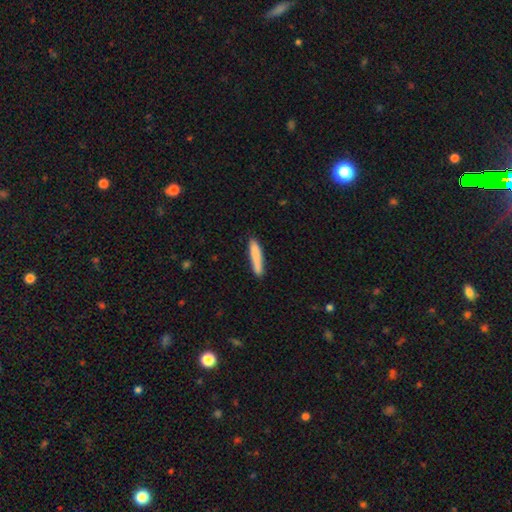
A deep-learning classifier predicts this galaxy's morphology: The model was most divided on "merging": none: 83%, minor disturbance: 12%, major disturbance: 2%, merger: 2%. More confident: how rounded — cigar-shaped (89%); smooth or featured — smooth (84%).